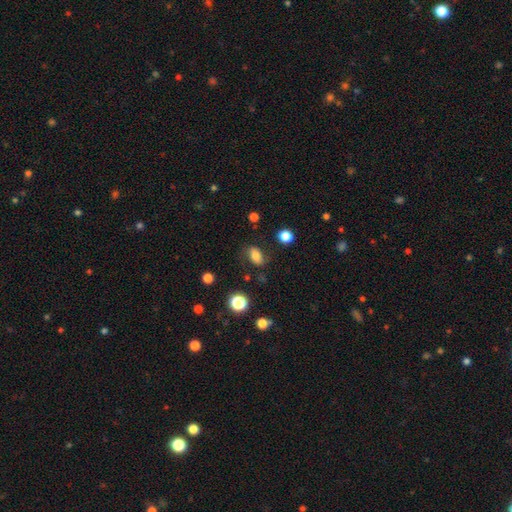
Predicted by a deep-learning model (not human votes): Morphology: type=smooth (67%); roundness=in between (81%); merging=none (71%).